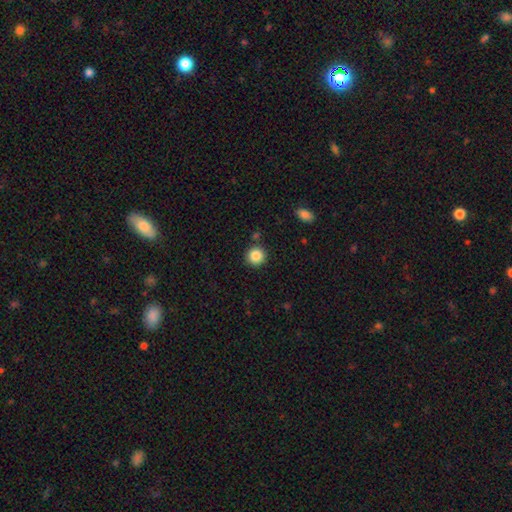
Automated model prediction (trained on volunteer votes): A smooth galaxy with no disk features (87%) that is round (94%).

Vote fractions:
- Smooth or featured? smooth: 87% / star or artifact: 9% / featured or disk: 4%
- How rounded? round: 94% / in between: 5% / cigar-shaped: 1%
- Merging? none: 89% / minor disturbance: 6% / merger: 3% / major disturbance: 2%